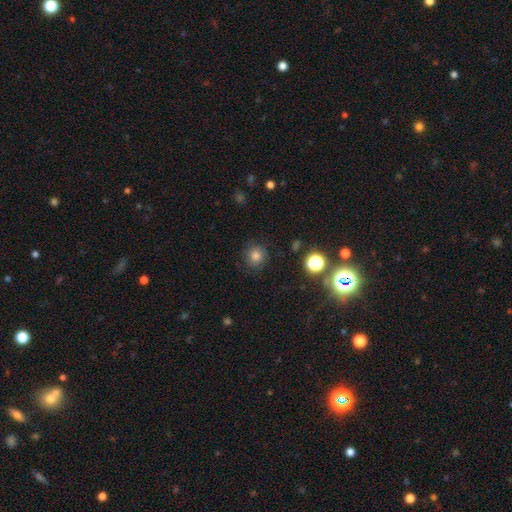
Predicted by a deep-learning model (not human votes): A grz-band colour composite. It shows a smooth galaxy with no disk features (77%) that is round (90%). Merging: none (86%).